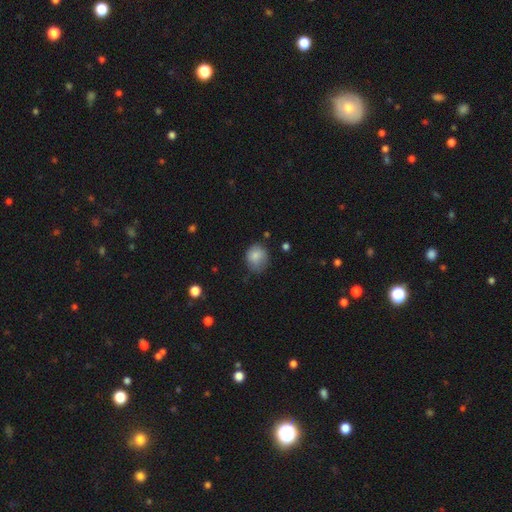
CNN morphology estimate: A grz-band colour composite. It shows a smooth galaxy with no disk features (83%) that is round (70%). Merging: none (60%).